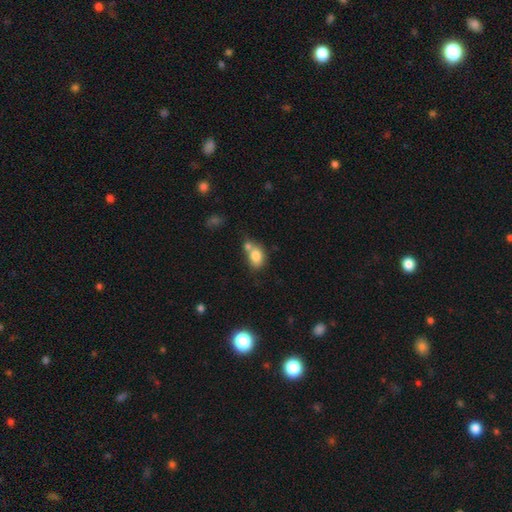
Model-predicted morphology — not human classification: smooth_or_featured: smooth (p=0.79) [alt: featured or disk p=0.12]
how_rounded: in between (p=0.69) [alt: round p=0.30]
merging: merger (p=0.45) [alt: none p=0.36]